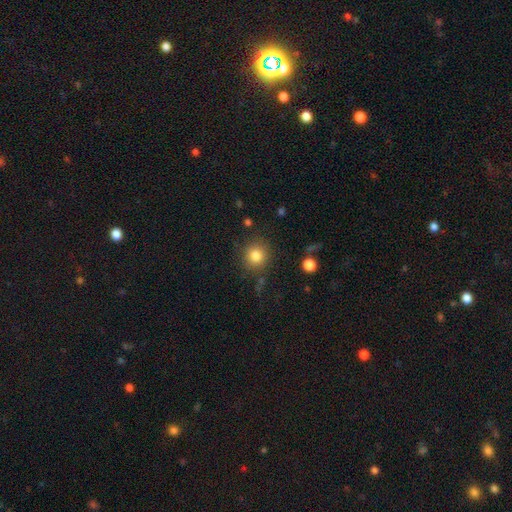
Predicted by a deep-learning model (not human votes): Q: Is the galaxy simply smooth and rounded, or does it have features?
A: smooth — 82%.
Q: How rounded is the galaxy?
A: round — 88%.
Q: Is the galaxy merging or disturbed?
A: none — 86%.